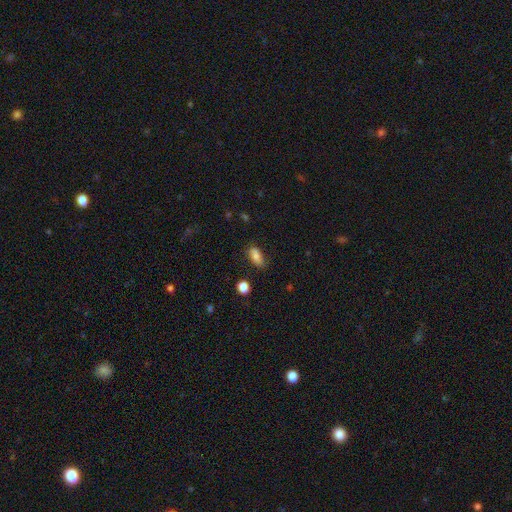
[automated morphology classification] Smooth or featured: smooth — 80% (featured or disk — 11%)
How rounded: in between — 86% (cigar-shaped — 9%)
Merging: none — 74% (minor disturbance — 19%)